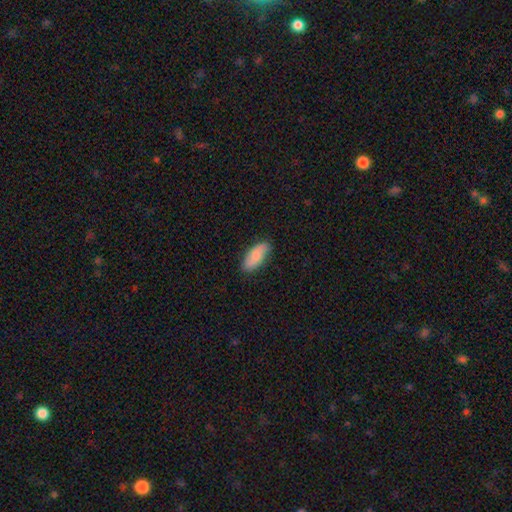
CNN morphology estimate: This appears to be a smooth galaxy with no disk features (77%) that is in between round and cigar-shaped (85%). Merging: none (83%).